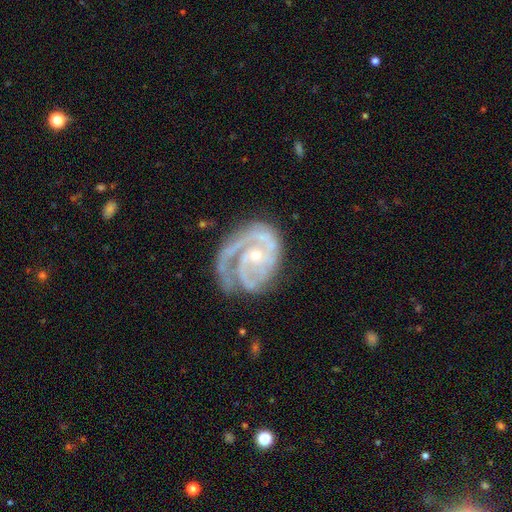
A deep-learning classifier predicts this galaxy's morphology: type=featured or disk (89%); edge-on=no (98%); bar=no (68%); spiral arms=yes (96%); winding=tight (58%); arm count=2 (42%); bulge=small (72%); merging=none (52%).